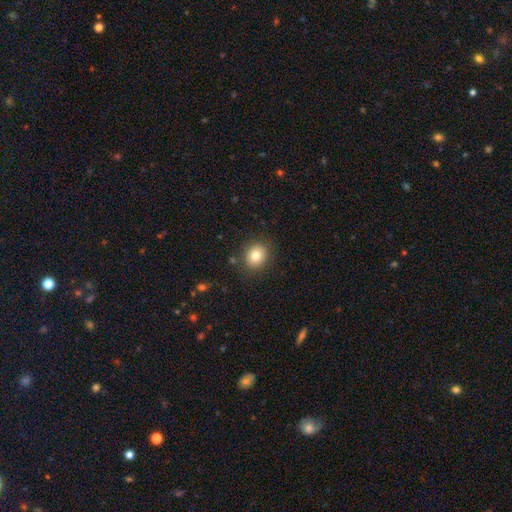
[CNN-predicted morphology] smooth_or_featured: smooth (p=0.81) [alt: star or artifact p=0.10]
how_rounded: round (p=0.72) [alt: in between p=0.27]
merging: none (p=0.87) [alt: minor disturbance p=0.09]